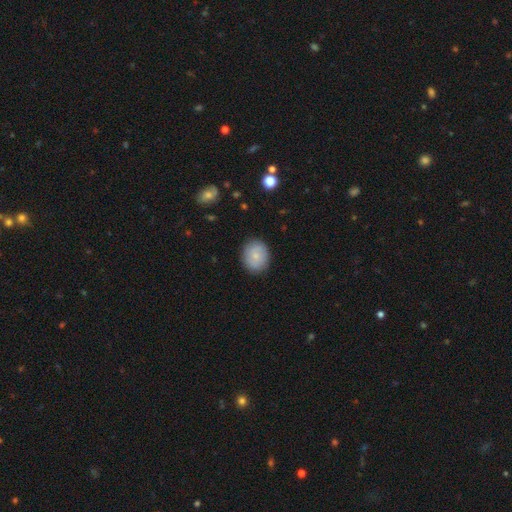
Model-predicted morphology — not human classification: Smooth or featured? Predicted: smooth (p=0.74). How rounded? Predicted: round (p=0.62). Merging? Predicted: none (p=0.86).